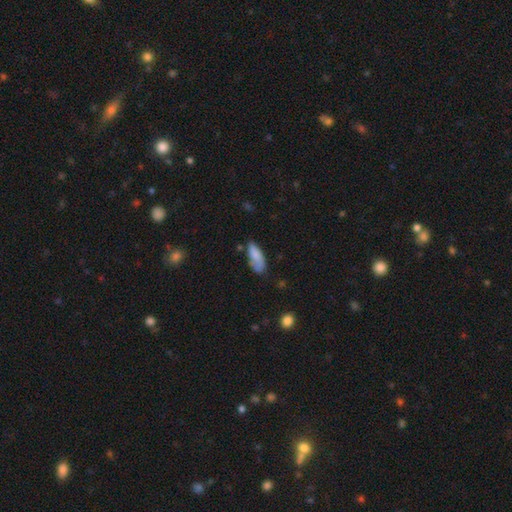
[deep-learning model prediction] Morphology: type=smooth (79%); roundness=in between (78%); merging=none (54%).